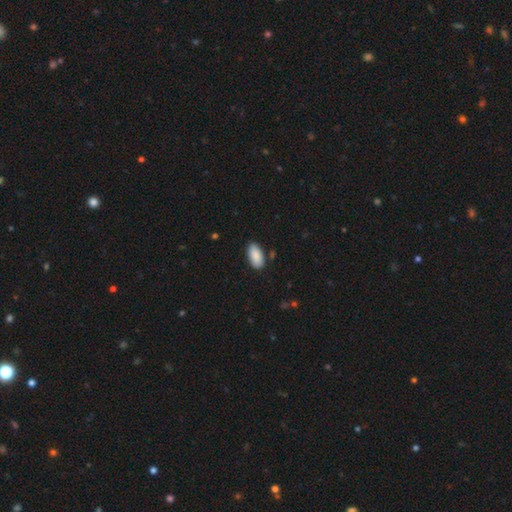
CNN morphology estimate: Q: Smooth or featured?
A: smooth (90%); runner-up: star or artifact (6%)
Q: How rounded?
A: in between (94%); runner-up: cigar-shaped (4%)
Q: Merging?
A: none (85%); runner-up: minor disturbance (11%)